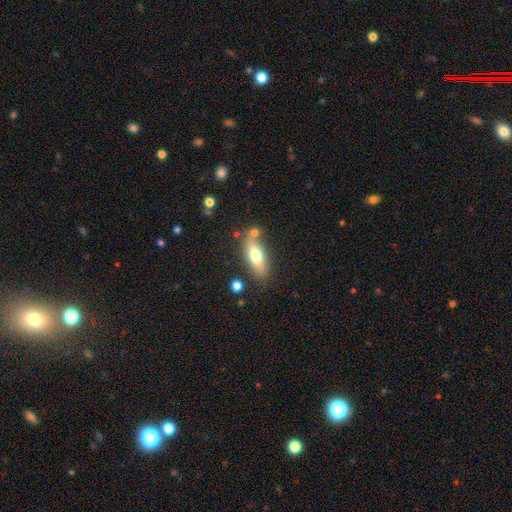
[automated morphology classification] Smooth or featured? smooth (66%)
How rounded? in between (67%)
Merging? none (70%)